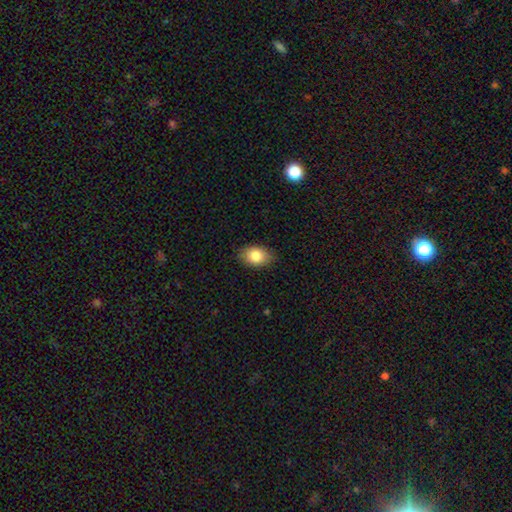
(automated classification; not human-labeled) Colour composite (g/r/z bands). It shows a smooth galaxy with no disk features (86%) that is in between round and cigar-shaped (81%). Merging: none (85%).